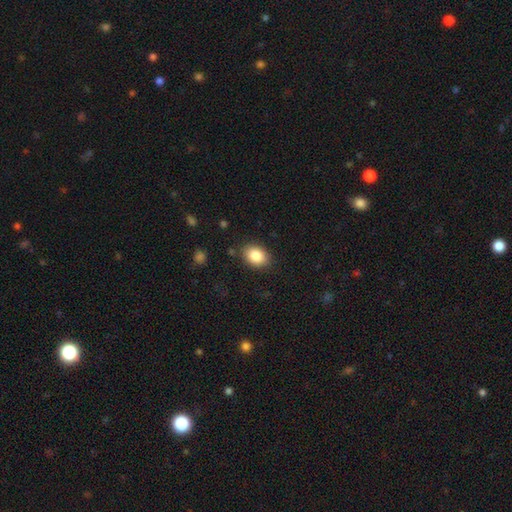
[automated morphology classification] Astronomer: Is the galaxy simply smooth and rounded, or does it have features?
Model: smooth — 86%.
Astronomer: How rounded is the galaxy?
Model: in between — 75%.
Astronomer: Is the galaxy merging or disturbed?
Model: none — 85%.